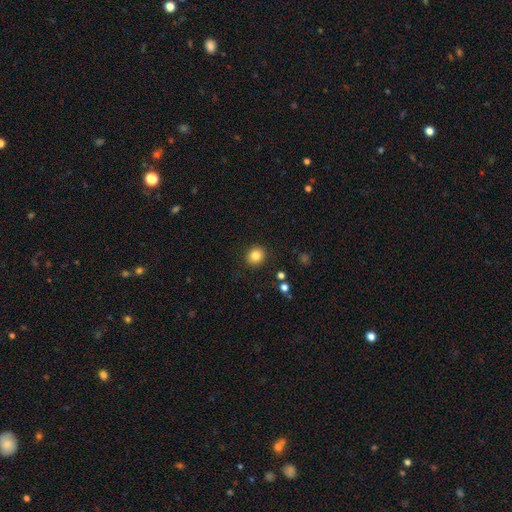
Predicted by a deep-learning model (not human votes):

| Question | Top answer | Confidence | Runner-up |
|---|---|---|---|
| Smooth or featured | smooth | 83% | star or artifact (11%) |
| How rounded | round | 85% | in between (14%) |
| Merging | none | 91% | minor disturbance (6%) |